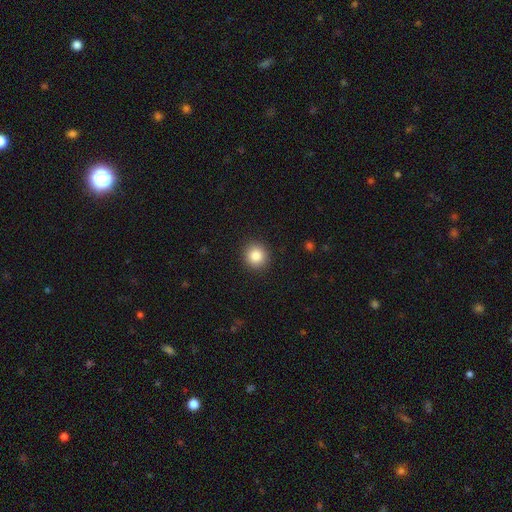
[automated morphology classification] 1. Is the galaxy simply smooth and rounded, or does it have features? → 85% smooth, 10% star or artifact, 5% featured or disk.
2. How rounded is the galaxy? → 92% round, 7% in between, 1% cigar-shaped.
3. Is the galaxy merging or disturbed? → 92% none, 5% minor disturbance, 2% major disturbance, 1% merger.